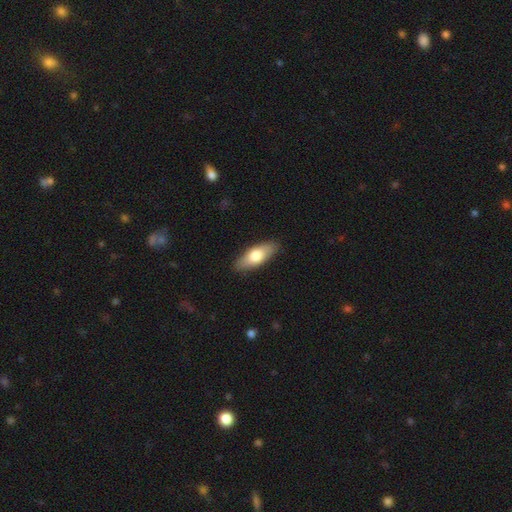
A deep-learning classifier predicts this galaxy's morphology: A smooth galaxy with no disk features (71%) that is in between round and cigar-shaped (73%).

Vote fractions:
- Smooth or featured? smooth: 71% / featured or disk: 23% / star or artifact: 6%
- How rounded? in between: 73% / cigar-shaped: 24% / round: 3%
- Merging? none: 87% / minor disturbance: 10% / major disturbance: 2% / merger: 1%